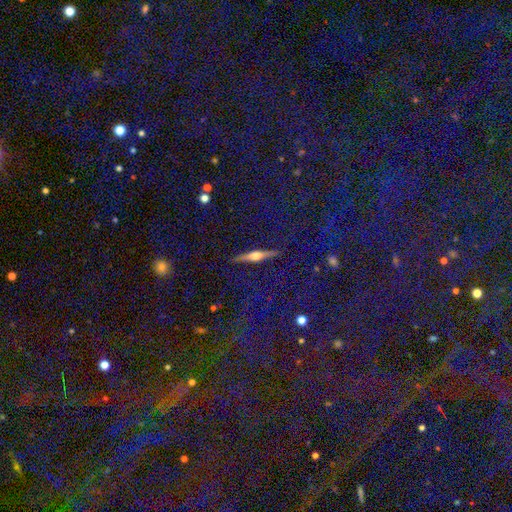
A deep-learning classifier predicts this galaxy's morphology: Smooth or featured? featured or disk (67%)
Edge-on disk? yes (96%)
Edge-on bulge? rounded (93%)
Merging? none (90%)